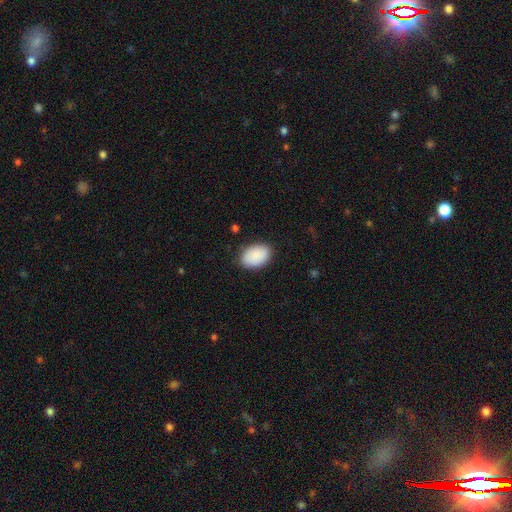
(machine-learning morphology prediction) smooth_or_featured: smooth (p=0.90) [alt: star or artifact p=0.06]
how_rounded: in between (p=0.89) [alt: round p=0.10]
merging: none (p=0.85) [alt: minor disturbance p=0.11]